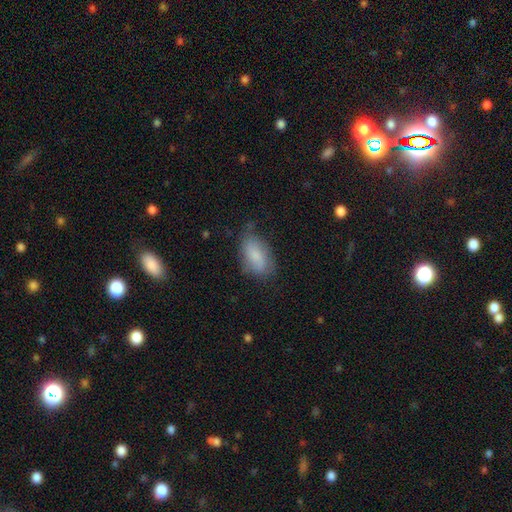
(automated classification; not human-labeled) This appears to be a smooth galaxy with no disk features (75%) that is in between round and cigar-shaped (92%). Merging: none (59%).